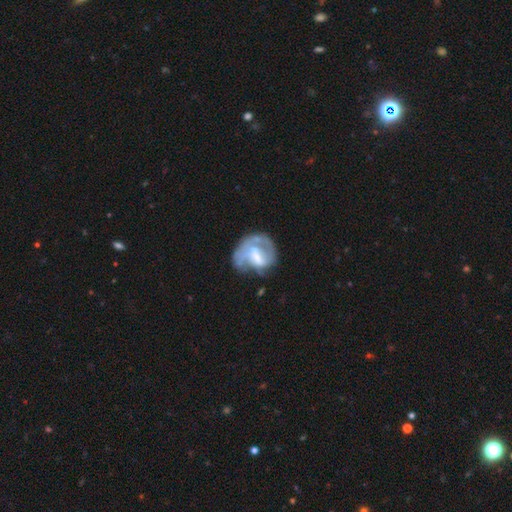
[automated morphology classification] type=featured or disk (66%); edge-on=no (98%); bar=weak (44%); spiral arms=yes (63%); bulge=moderate (32%); merging=none (41%).